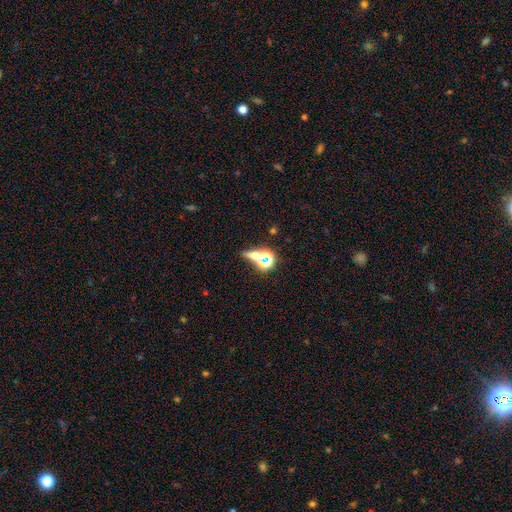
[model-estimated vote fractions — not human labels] smooth-or-featured: star or artifact: 42% | smooth: 38% | featured or disk: 20%